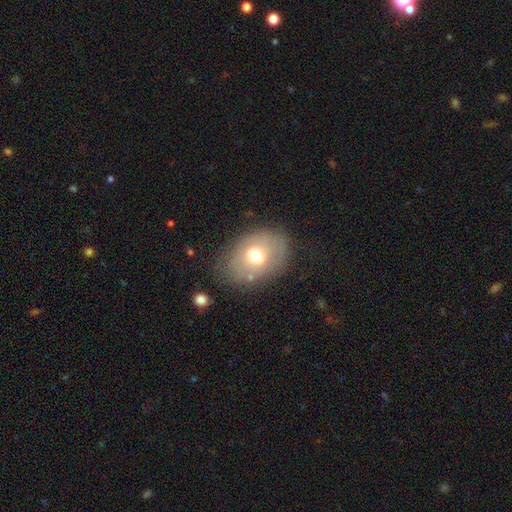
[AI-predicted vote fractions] A smooth galaxy with no disk features (62%) that is in between round and cigar-shaped (70%). Merging: none (73%).